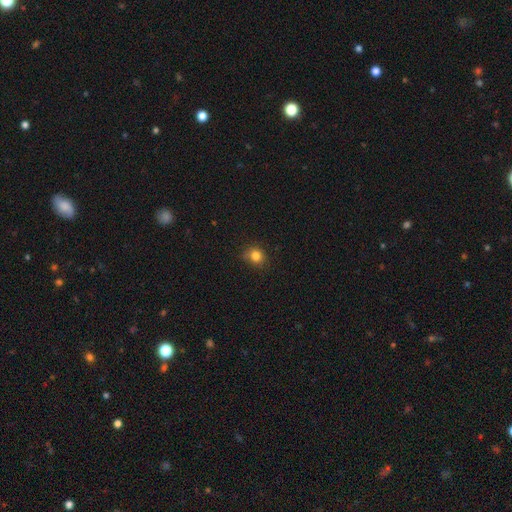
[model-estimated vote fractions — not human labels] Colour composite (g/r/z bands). It shows a smooth galaxy with no disk features (82%) that is round (81%). Merging: none (78%).